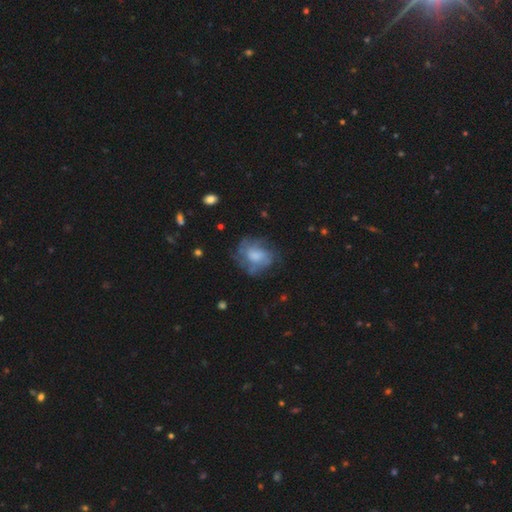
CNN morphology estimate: This appears to be a featured or disk galaxy (48%). Merging: none (57%).